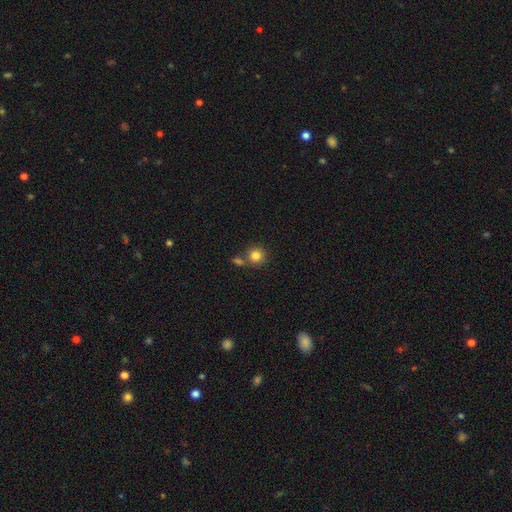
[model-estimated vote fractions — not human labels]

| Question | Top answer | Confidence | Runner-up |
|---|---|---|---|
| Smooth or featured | smooth | 83% | star or artifact (10%) |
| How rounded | round | 91% | in between (8%) |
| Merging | none | 66% | merger (22%) |